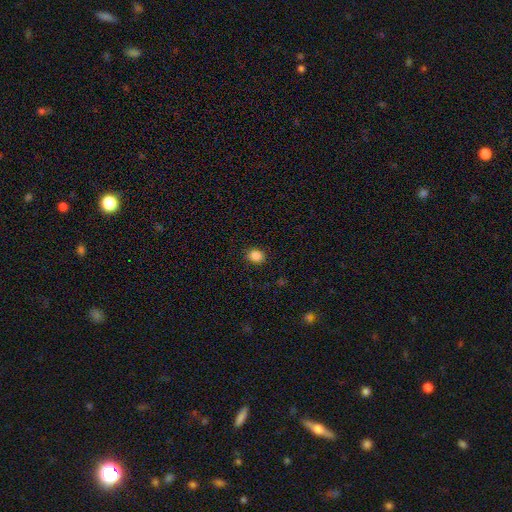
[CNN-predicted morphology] This appears to be a smooth galaxy with no disk features (86%) that is round (65%). Merging: none (89%).